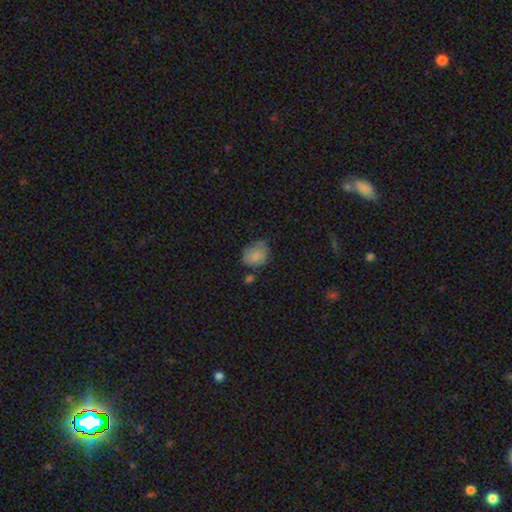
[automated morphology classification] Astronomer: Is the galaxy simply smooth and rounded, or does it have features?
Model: smooth — 77%.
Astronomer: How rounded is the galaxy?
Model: in between — 51% (runner-up: round, 48%).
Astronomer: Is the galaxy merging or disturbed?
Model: none — 49% (runner-up: minor disturbance, 33%).